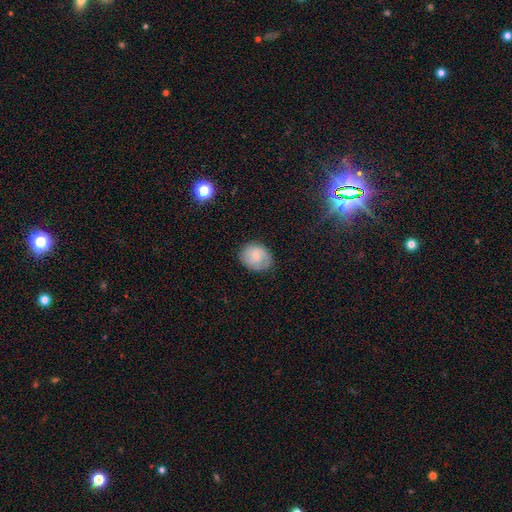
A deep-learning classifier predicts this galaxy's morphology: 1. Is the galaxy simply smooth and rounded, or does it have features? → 54% smooth, 38% featured or disk, 8% star or artifact.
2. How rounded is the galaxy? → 59% round, 40% in between, 1% cigar-shaped.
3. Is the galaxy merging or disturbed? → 78% none, 16% minor disturbance, 5% major disturbance, 1% merger.